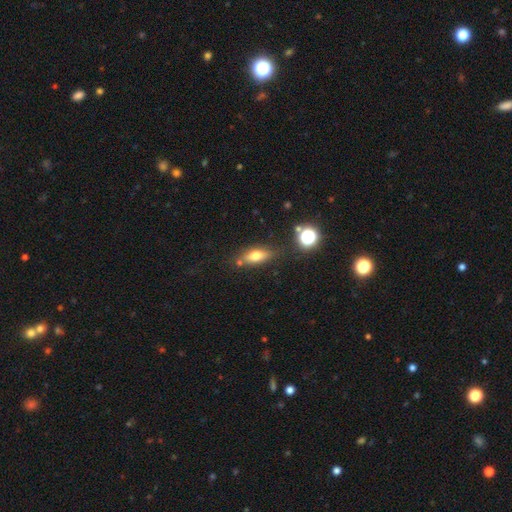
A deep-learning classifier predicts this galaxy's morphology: Smooth or featured: smooth — 65% (featured or disk — 23%)
How rounded: in between — 67% (cigar-shaped — 25%)
Merging: none — 70% (minor disturbance — 16%)